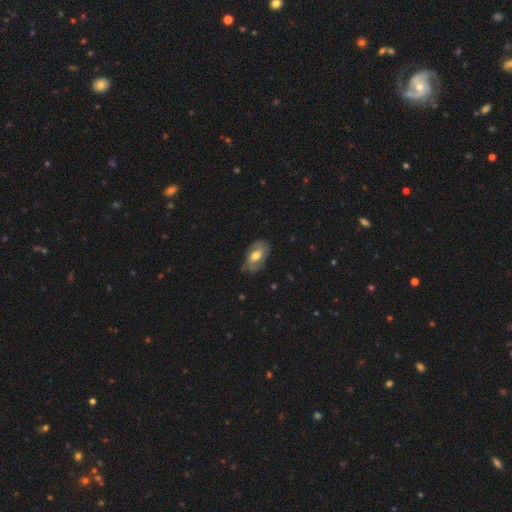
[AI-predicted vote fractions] Smooth or featured?
  - smooth: 48% *
  - featured or disk: 46%
  - star or artifact: 6%
Merging?
  - none: 67% *
  - minor disturbance: 25%
  - major disturbance: 6%
  - merger: 1%